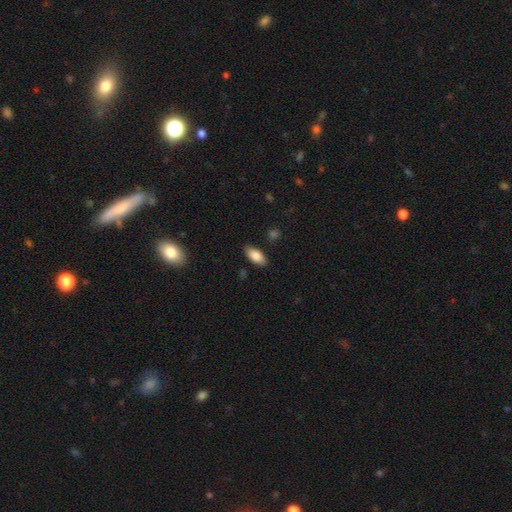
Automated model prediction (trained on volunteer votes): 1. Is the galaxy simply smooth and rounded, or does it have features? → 85% smooth, 8% featured or disk, 7% star or artifact.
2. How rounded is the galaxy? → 89% in between, 8% cigar-shaped, 3% round.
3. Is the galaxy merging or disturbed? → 84% none, 12% minor disturbance, 2% major disturbance, 1% merger.